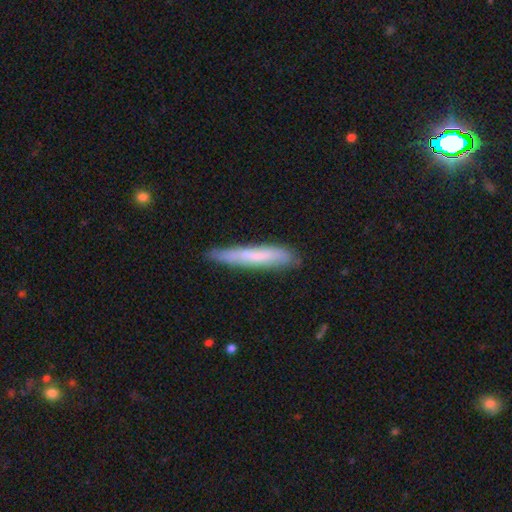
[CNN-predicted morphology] Q: Smooth or featured?
A: smooth (64%); runner-up: featured or disk (30%)
Q: How rounded?
A: cigar-shaped (93%); runner-up: in between (6%)
Q: Merging?
A: none (75%); runner-up: minor disturbance (19%)